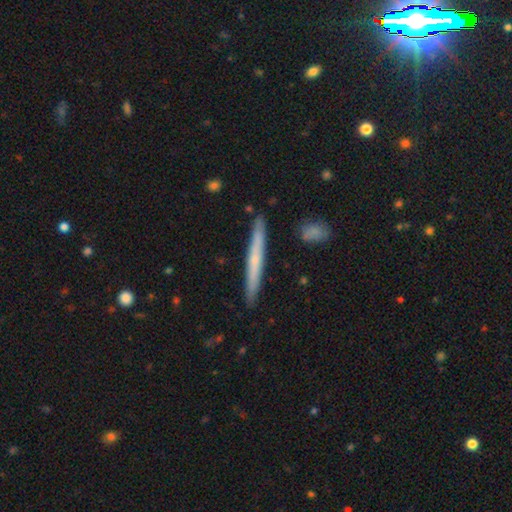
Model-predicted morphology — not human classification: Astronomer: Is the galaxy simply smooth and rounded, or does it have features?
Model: smooth — 50% (runner-up: featured or disk, 44%).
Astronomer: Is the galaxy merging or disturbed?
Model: none — 90%.